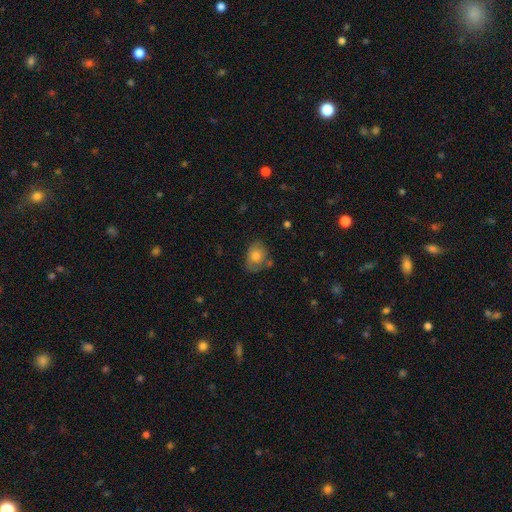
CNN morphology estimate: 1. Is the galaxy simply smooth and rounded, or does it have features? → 75% smooth, 17% featured or disk, 8% star or artifact.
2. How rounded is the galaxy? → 63% in between, 36% round, 1% cigar-shaped.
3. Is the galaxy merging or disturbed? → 64% none, 24% minor disturbance, 6% major disturbance, 5% merger.